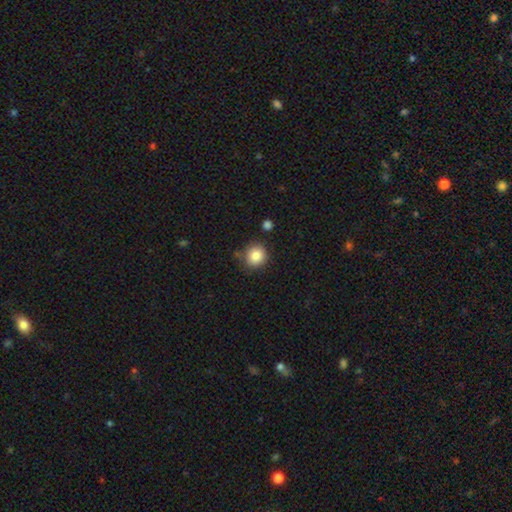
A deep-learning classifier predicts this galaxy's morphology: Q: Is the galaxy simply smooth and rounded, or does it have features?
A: smooth — 85%.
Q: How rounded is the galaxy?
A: round — 89%.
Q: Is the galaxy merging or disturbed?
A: none — 80%.